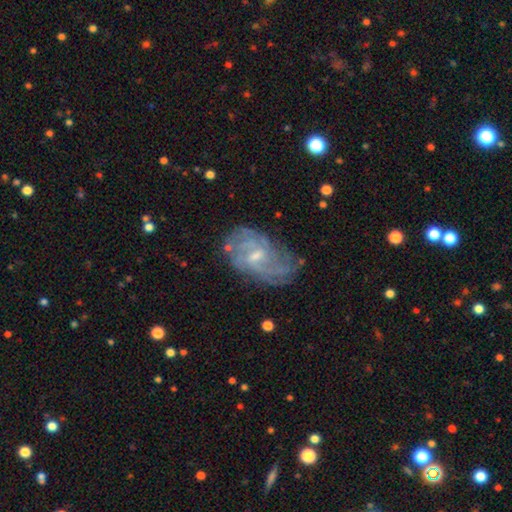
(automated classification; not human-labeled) Smooth or featured? Predicted: featured or disk (p=0.77). Edge-on disk? Predicted: no (p=0.96). Bar? Predicted: weak (p=0.57). Spiral arms? Predicted: yes (p=0.89). Spiral winding? Predicted: tight (p=0.48). Spiral arm count? Predicted: can't tell (p=0.45). Bulge size? Predicted: small (p=0.53). Merging? Predicted: none (p=0.67).